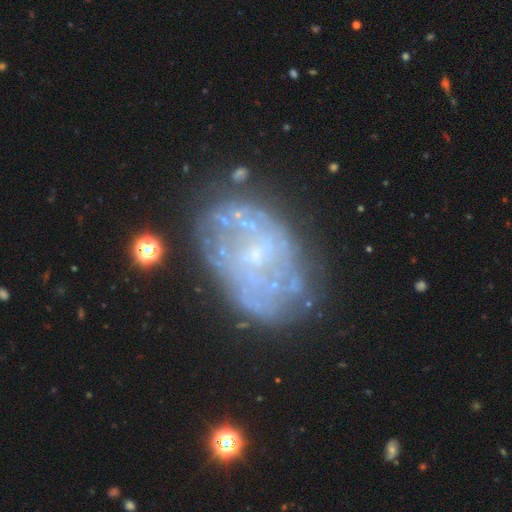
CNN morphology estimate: Q: Smooth or featured?
A: featured or disk (72%); runner-up: smooth (17%)
Q: Edge-on disk?
A: no (97%); runner-up: yes (3%)
Q: Bar?
A: no (71%); runner-up: weak (23%)
Q: Spiral arms?
A: yes (50%); tied with: no (50%)
Q: Bulge size?
A: small (66%); runner-up: none (20%)
Q: Merging?
A: none (62%); runner-up: minor disturbance (20%)